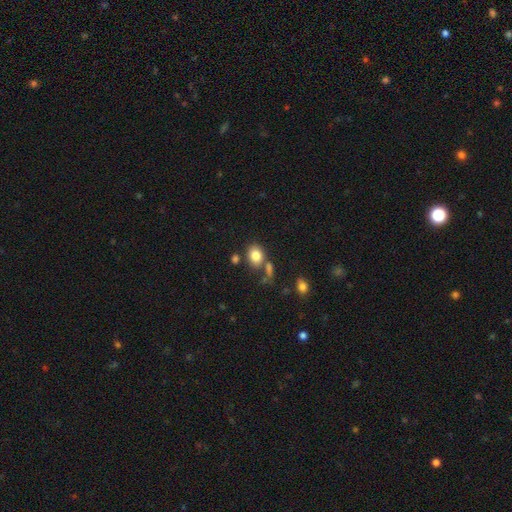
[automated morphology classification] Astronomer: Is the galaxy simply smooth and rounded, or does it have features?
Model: smooth — 82%.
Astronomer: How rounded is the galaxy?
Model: in between — 53% (runner-up: round, 46%).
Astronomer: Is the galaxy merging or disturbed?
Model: none — 66%.